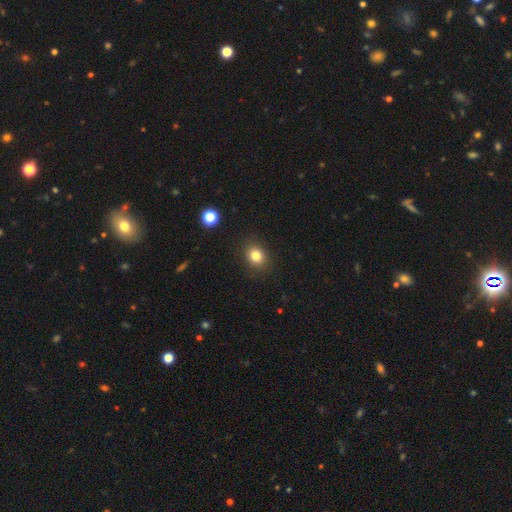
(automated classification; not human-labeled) Smooth or featured? smooth (82%)
How rounded? round (64%)
Merging? none (88%)